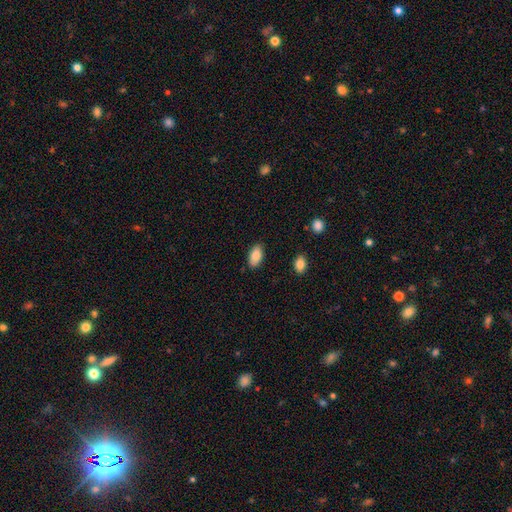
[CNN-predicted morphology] type=smooth (85%); roundness=in between (93%); merging=none (85%).